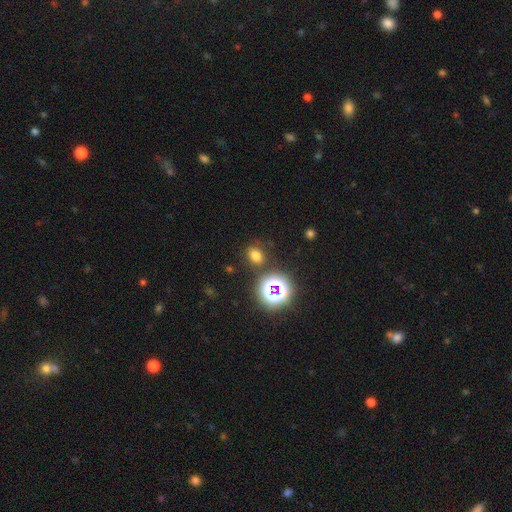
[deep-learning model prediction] smooth-or-featured: smooth: 68% | star or artifact: 25% | featured or disk: 7%
  how-rounded: round: 50% | in between: 48% | cigar-shaped: 1%
  merging: none: 82% | minor disturbance: 10% | merger: 5% | major disturbance: 4%